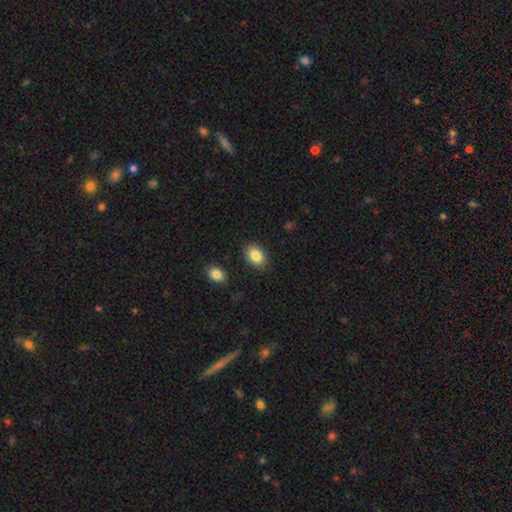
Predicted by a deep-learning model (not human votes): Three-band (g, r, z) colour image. It shows a smooth galaxy with no disk features (86%) that is in between round and cigar-shaped (83%). Merging: none (87%).